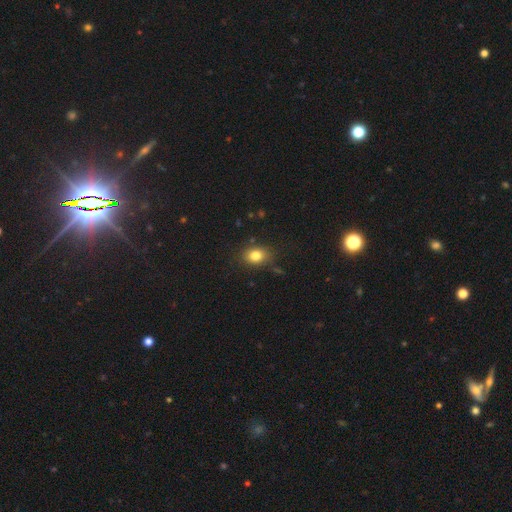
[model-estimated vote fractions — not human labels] Morphology: type=smooth (82%); roundness=in between (61%); merging=none (81%).